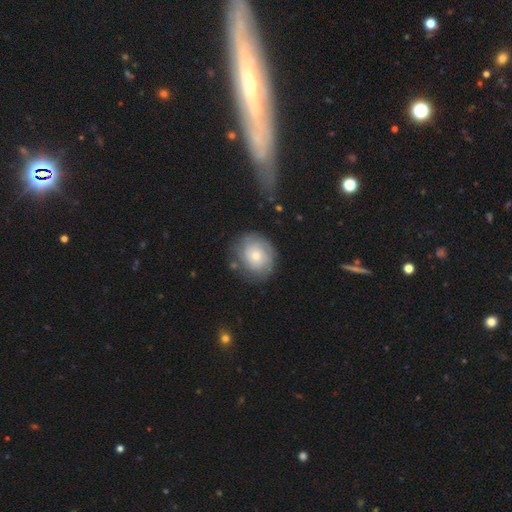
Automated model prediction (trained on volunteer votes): The model was most divided on "smooth or featured": smooth: 48%, featured or disk: 44%, star or artifact: 8%. More confident: merging — none (73%).